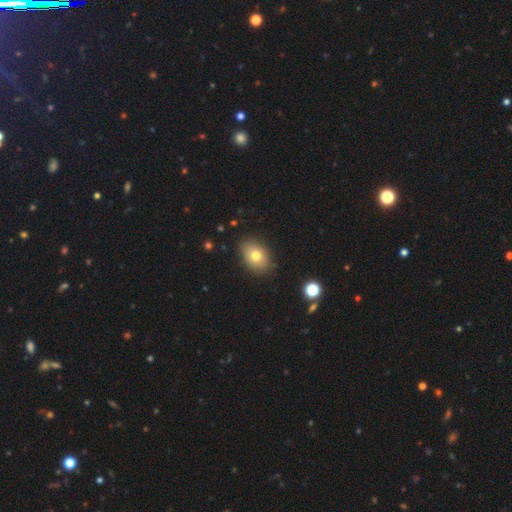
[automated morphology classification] smooth-or-featured: smooth: 76% | featured or disk: 15% | star or artifact: 9%
  how-rounded: in between: 79% | round: 20% | cigar-shaped: 1%
  merging: none: 84% | minor disturbance: 12% | major disturbance: 3% | merger: 1%